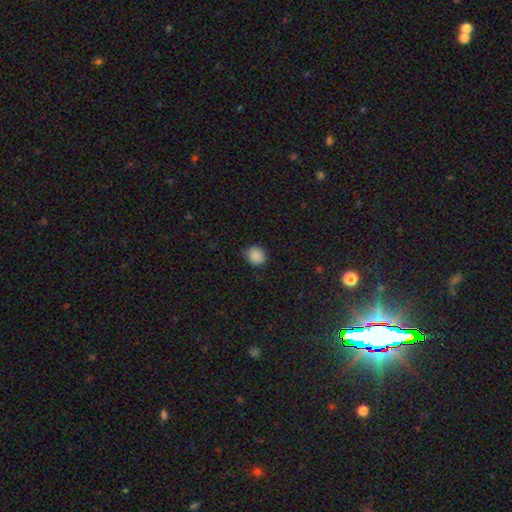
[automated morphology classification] Smooth or featured? smooth (87%)
How rounded? round (75%)
Merging? none (79%)